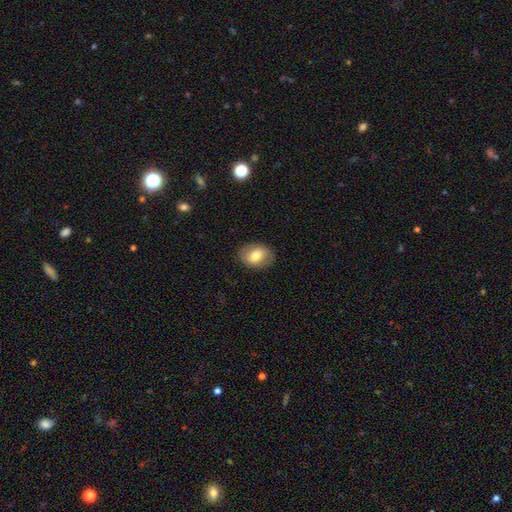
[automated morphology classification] Smooth or featured? smooth (71%)
How rounded? in between (68%)
Merging? none (86%)